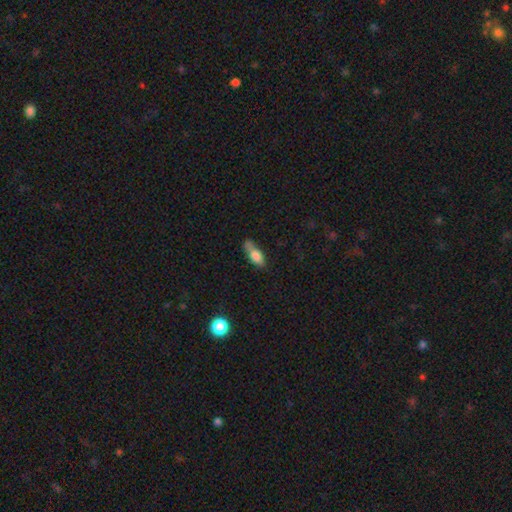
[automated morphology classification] Overall: smooth (76%). How rounded: in between (71%). Merging: none (43%; minor disturbance 33%).